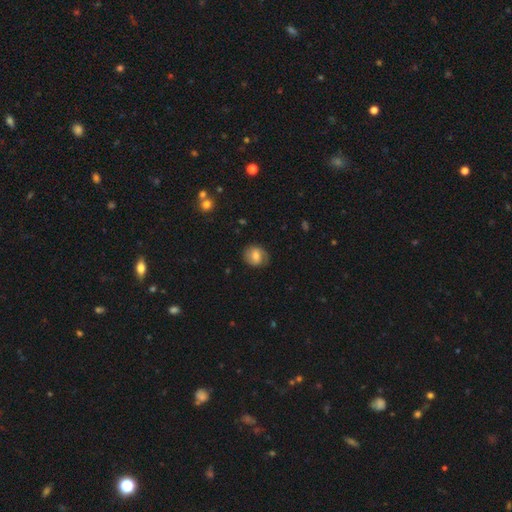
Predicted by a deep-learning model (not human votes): The model was most divided on "smooth or featured": smooth: 57%, featured or disk: 34%, star or artifact: 9%. More confident: merging — none (76%); how rounded — round (71%).